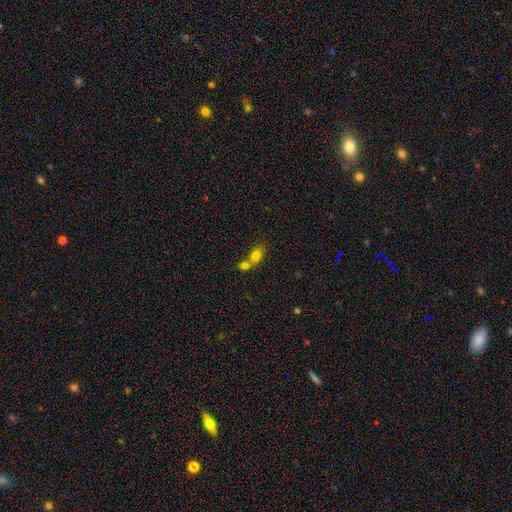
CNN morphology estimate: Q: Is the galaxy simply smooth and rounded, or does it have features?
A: smooth — 76%.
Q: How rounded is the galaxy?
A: in between — 74%.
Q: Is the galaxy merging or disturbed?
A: merger — 61%.